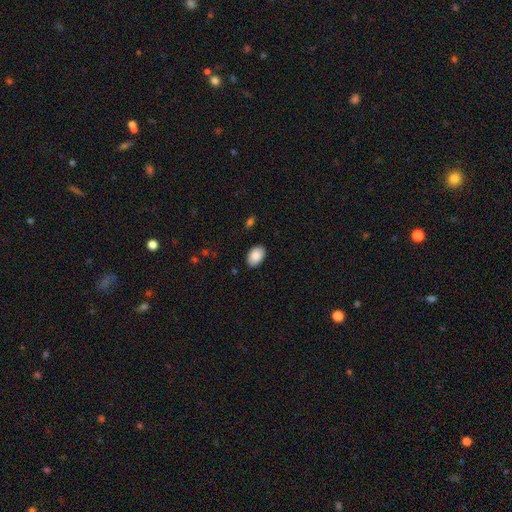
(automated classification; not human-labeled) This is clearly a smooth galaxy (88%). How rounded: clearly in between (90%). Merging: clearly none (88%).